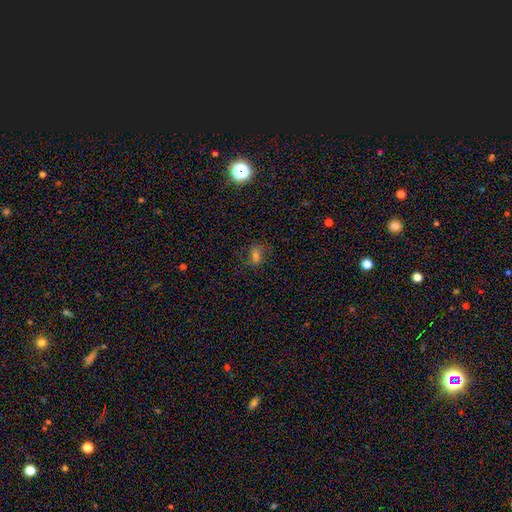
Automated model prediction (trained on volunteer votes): A smooth galaxy with no disk features (46%).

Vote fractions:
- Smooth or featured? smooth: 46% / star or artifact: 29% / featured or disk: 25%
- Merging? none: 68% / minor disturbance: 19% / major disturbance: 11% / merger: 2%